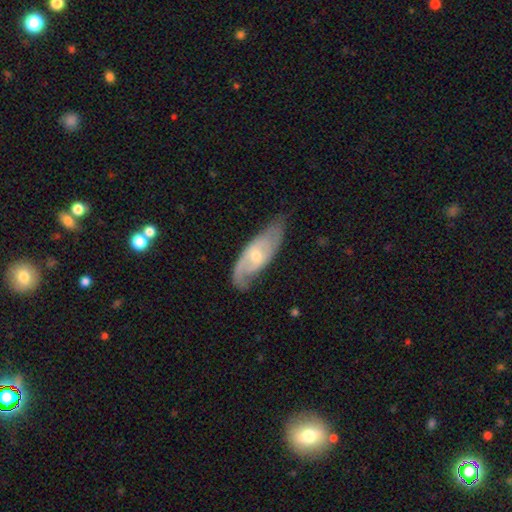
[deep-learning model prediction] The model was most divided on "bulge size": small: 52%, moderate: 44%, large: 2%, none: 1%, dominant: 1%. Remaining: spiral arms — yes (86%); edge-on disk — no (85%); smooth or featured — featured or disk (72%); bar — no (64%); merging — none (61%); spiral arm count — 2 (59%); spiral winding — medium (42%).